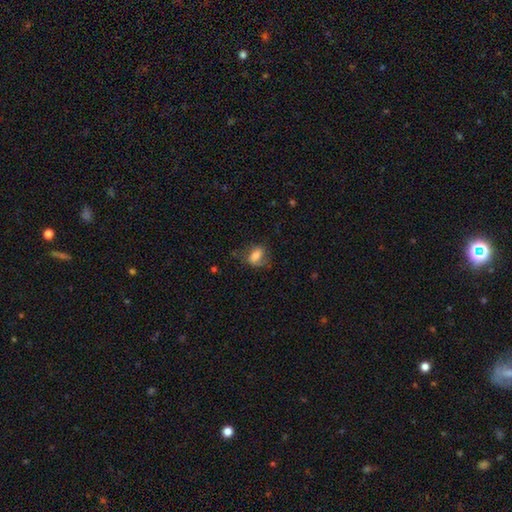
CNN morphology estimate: A smooth galaxy with no disk features (71%) that is in between round and cigar-shaped (78%).

Vote fractions:
- Smooth or featured? smooth: 71% / featured or disk: 20% / star or artifact: 9%
- How rounded? in between: 78% / round: 18% / cigar-shaped: 3%
- Merging? none: 53% / minor disturbance: 28% / major disturbance: 17% / merger: 2%